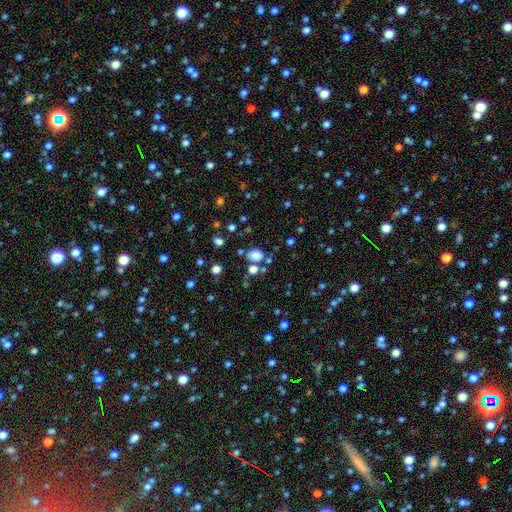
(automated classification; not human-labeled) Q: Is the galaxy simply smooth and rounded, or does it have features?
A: smooth — 77%.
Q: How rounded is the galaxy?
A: in between — 54%.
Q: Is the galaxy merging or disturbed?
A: none — 71%.